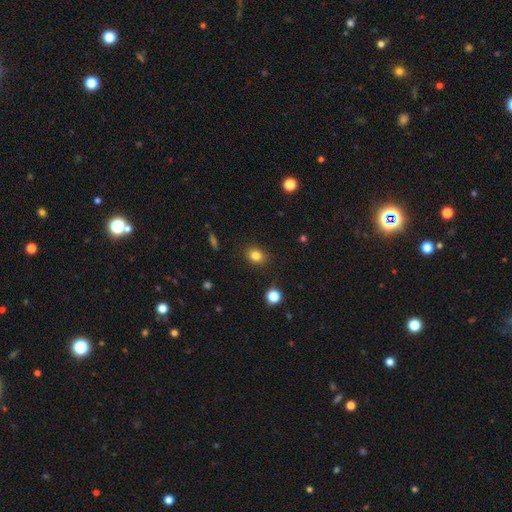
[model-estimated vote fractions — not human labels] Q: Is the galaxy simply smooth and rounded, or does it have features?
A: smooth — 82%.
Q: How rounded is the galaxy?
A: round — 55%.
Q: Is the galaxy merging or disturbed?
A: none — 87%.